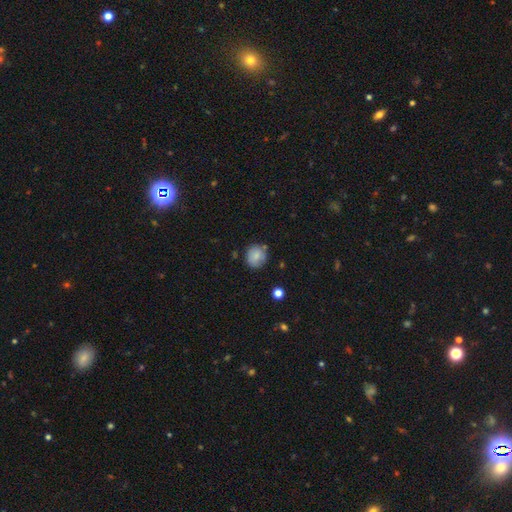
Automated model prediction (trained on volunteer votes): smooth-or-featured: smooth: 83% | featured or disk: 9% | star or artifact: 8%
  how-rounded: round: 83% | in between: 16% | cigar-shaped: 1%
  merging: none: 77% | minor disturbance: 16% | merger: 4% | major disturbance: 3%